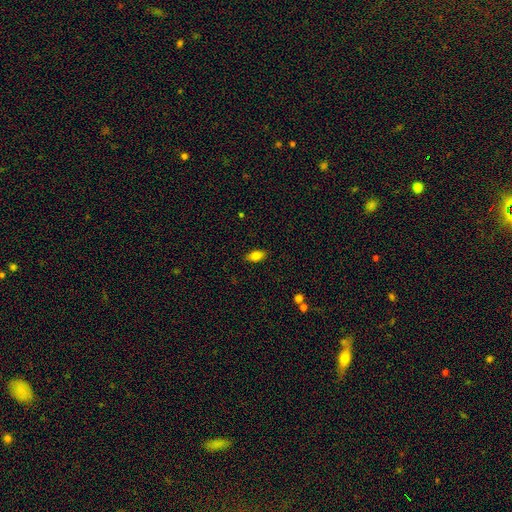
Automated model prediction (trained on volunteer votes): Morphology: type=smooth (81%); roundness=in between (89%); merging=none (87%).